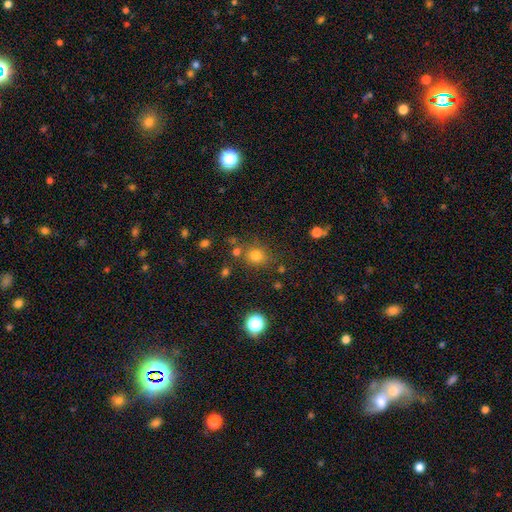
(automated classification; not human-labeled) Smooth or featured: smooth — 77% (star or artifact — 16%)
How rounded: round — 76% (in between — 23%)
Merging: none — 74% (minor disturbance — 13%)